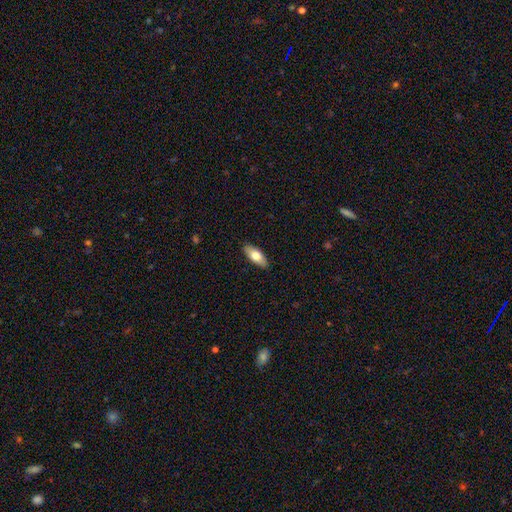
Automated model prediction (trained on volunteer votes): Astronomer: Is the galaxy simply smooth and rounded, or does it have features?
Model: smooth — 72%.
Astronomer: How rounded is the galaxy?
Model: in between — 81%.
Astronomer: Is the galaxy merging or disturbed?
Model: none — 88%.